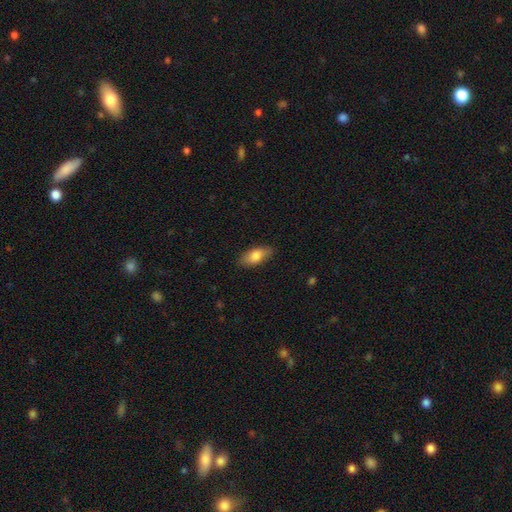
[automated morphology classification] This appears to be a smooth galaxy with no disk features (78%) that is in between round and cigar-shaped (85%). Merging: none (86%).